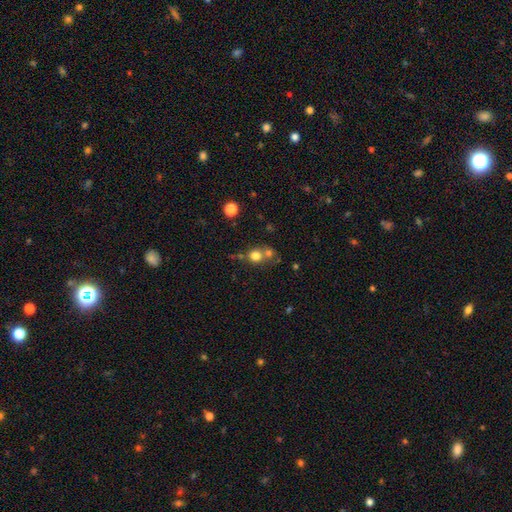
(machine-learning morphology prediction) A smooth galaxy with no disk features (75%) that is round (84%).

Vote fractions:
- Smooth or featured? smooth: 75% / star or artifact: 15% / featured or disk: 11%
- How rounded? round: 84% / in between: 15% / cigar-shaped: 1%
- Merging? none: 49% / merger: 39% / minor disturbance: 8% / major disturbance: 4%